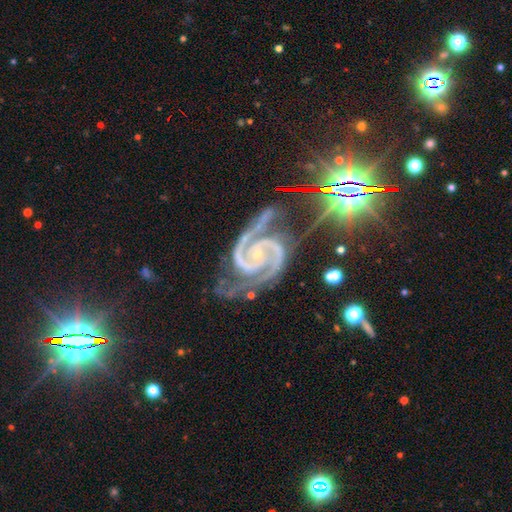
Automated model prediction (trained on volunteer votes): This is clearly a featured or disk galaxy (92%). It is clearly not viewed edge-on (98%). Bar: possibly no (55%). Spiral arm pattern: clearly yes (99%). Spiral arm count: clearly 2 (89%). Spiral winding: possibly medium (50%). Central bulge: clearly small (82%). Merging: possibly none (55%).